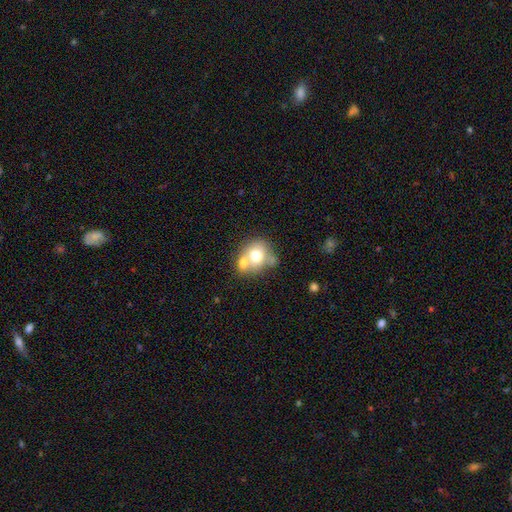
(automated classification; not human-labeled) Smooth or featured? Predicted: smooth (p=0.67). How rounded? Predicted: round (p=0.64). Merging? Predicted: merger (p=0.49).